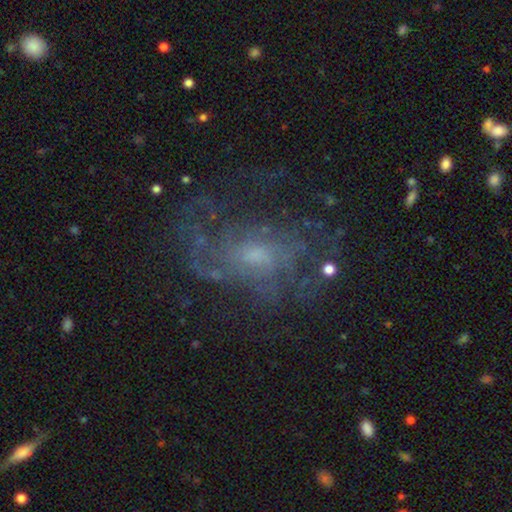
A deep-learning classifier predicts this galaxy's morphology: The model was most divided on "bulge size": small: 51%, moderate: 37%, none: 8%, large: 3%, dominant: 1%. More confident: edge-on disk — no (96%); spiral arms — yes (74%); smooth or featured — featured or disk (70%); bar — no (65%); merging — none (59%).